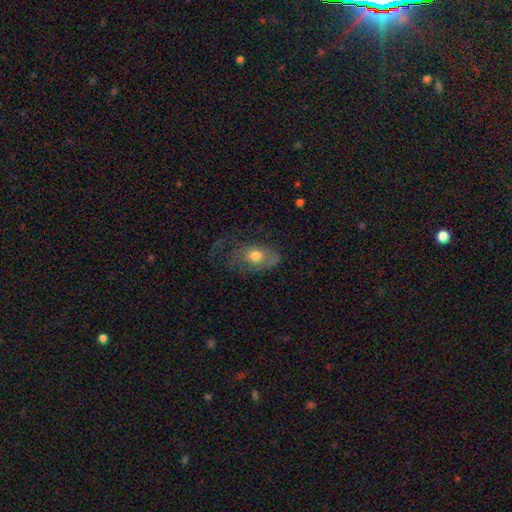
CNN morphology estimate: A smooth galaxy with no disk features (62%) that is in between round and cigar-shaped (81%). Merging: major disturbance (35%, tied with none).